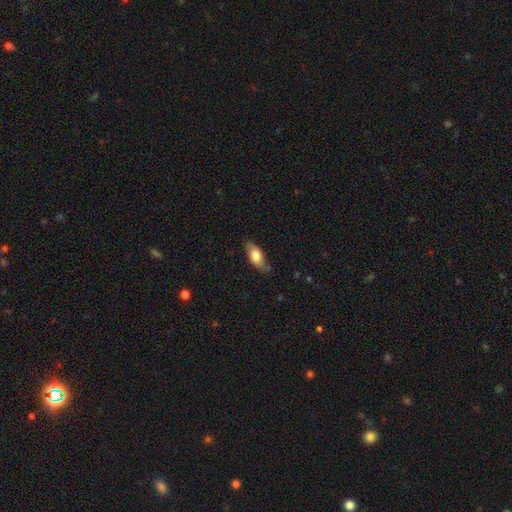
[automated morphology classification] smooth 66%, featured or disk 28%, star or artifact 6%. Down the decision tree: how rounded — in between (80%); merging — none (72%).